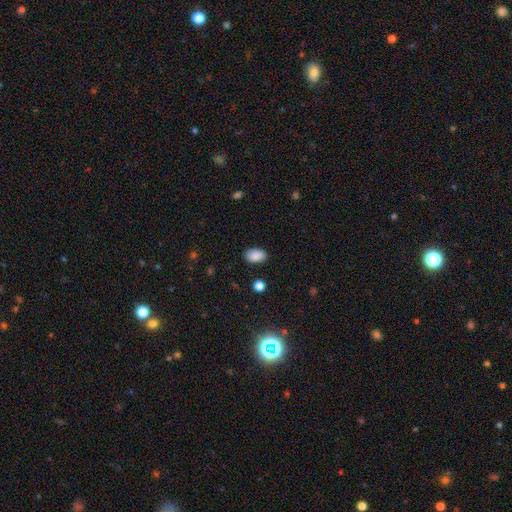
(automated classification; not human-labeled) A smooth galaxy with no disk features (87%) that is in between round and cigar-shaped (90%). Merging: none (85%).